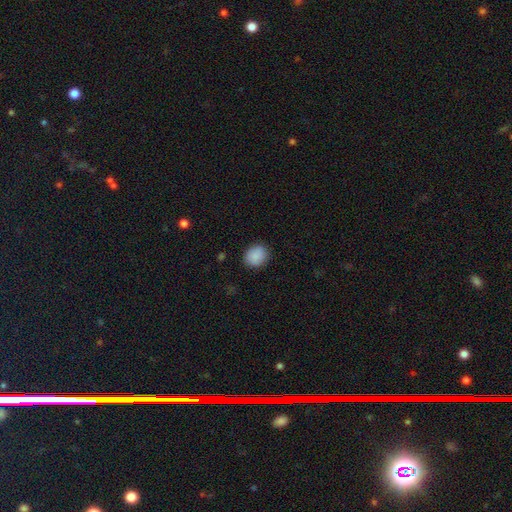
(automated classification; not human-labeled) Smooth or featured?
  - smooth: 89% *
  - star or artifact: 8%
  - featured or disk: 4%
How rounded?
  - round: 62% *
  - in between: 37%
  - cigar-shaped: 1%
Merging?
  - none: 85% *
  - minor disturbance: 11%
  - major disturbance: 3%
  - merger: 1%